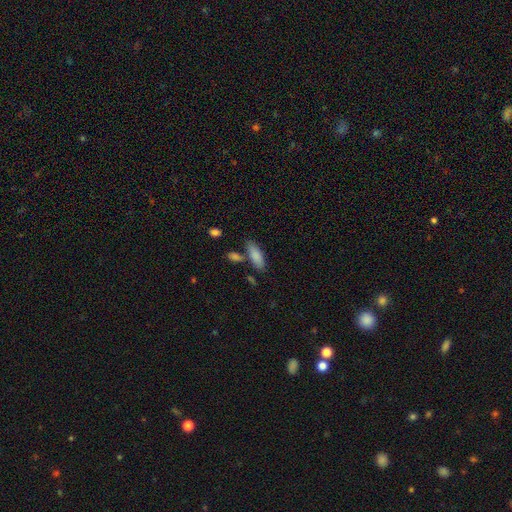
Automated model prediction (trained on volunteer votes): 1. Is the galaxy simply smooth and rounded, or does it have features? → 85% smooth, 9% featured or disk, 7% star or artifact.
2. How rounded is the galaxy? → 66% in between, 32% cigar-shaped, 2% round.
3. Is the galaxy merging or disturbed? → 68% none, 15% minor disturbance, 13% merger, 4% major disturbance.